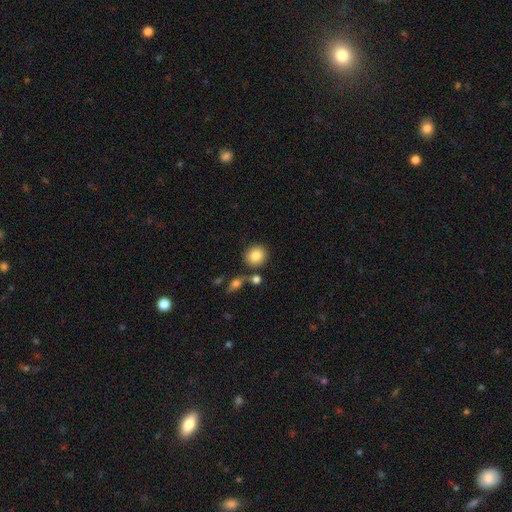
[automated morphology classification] smooth 85%, star or artifact 8%, featured or disk 7%. Down the decision tree: how rounded — round (81%); merging — none (78%).